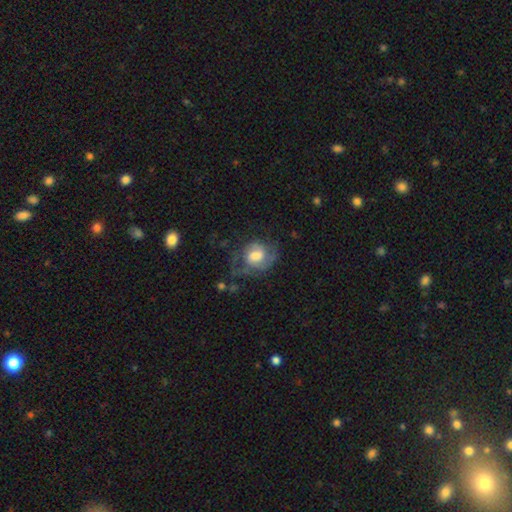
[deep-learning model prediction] Smooth or featured: featured or disk — 61% (smooth — 32%)
Edge-on disk: no — 97% (yes — 3%)
Bar: weak — 46% (no — 43%)
Spiral arms: yes — 84% (no — 16%)
Bulge size: moderate — 44% (large — 34%)
Merging: none — 45% (major disturbance — 28%)